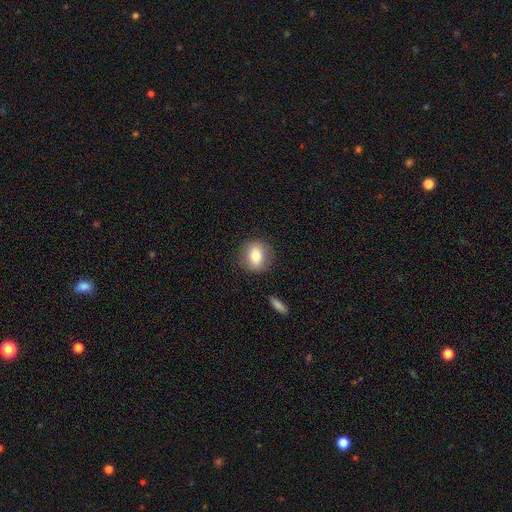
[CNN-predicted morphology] Smooth or featured?
  - smooth: 75% *
  - featured or disk: 16%
  - star or artifact: 9%
How rounded?
  - round: 75% *
  - in between: 23%
  - cigar-shaped: 1%
Merging?
  - none: 85% *
  - minor disturbance: 10%
  - major disturbance: 3%
  - merger: 2%